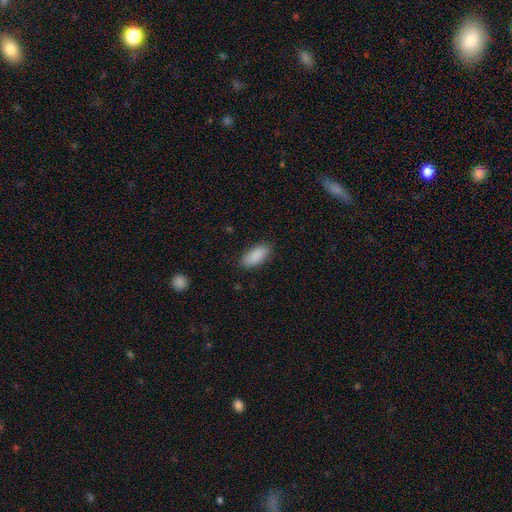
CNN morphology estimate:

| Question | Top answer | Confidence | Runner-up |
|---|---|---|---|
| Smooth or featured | smooth | 90% | star or artifact (6%) |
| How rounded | in between | 90% | cigar-shaped (8%) |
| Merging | none | 86% | minor disturbance (11%) |